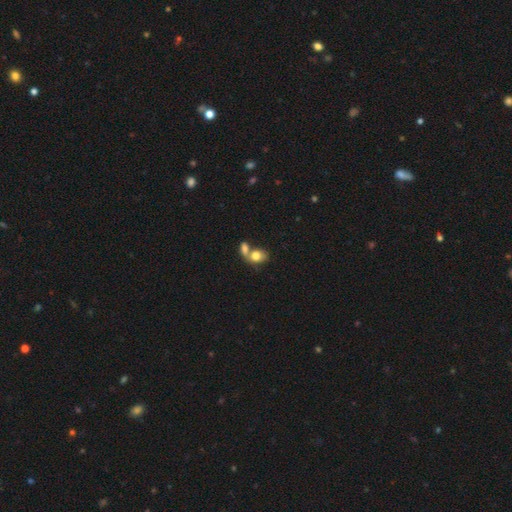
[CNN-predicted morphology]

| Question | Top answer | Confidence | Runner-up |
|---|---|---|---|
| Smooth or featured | smooth | 78% | featured or disk (13%) |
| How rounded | in between | 67% | round (32%) |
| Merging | merger | 59% | none (28%) |